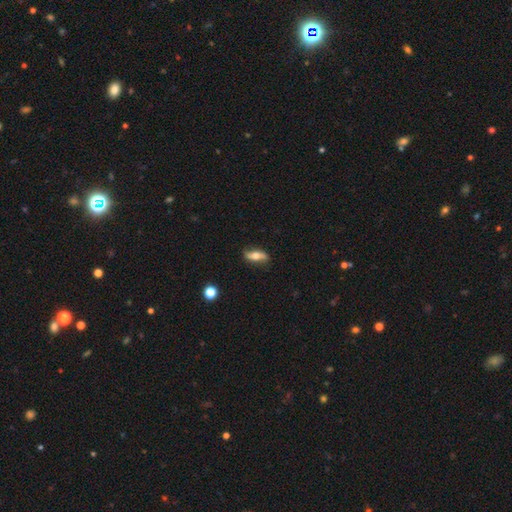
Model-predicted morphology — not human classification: Smooth or featured? featured or disk (53%)
Edge-on disk? no (66%)
Merging? none (80%)